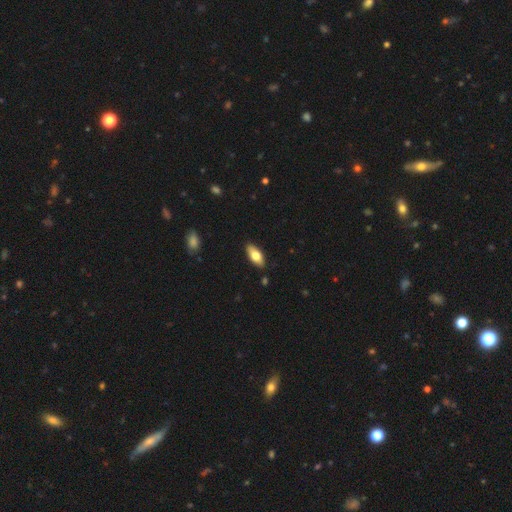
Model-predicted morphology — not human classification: Smooth or featured: smooth — 72% (featured or disk — 21%)
How rounded: in between — 85% (cigar-shaped — 13%)
Merging: none — 87% (minor disturbance — 9%)